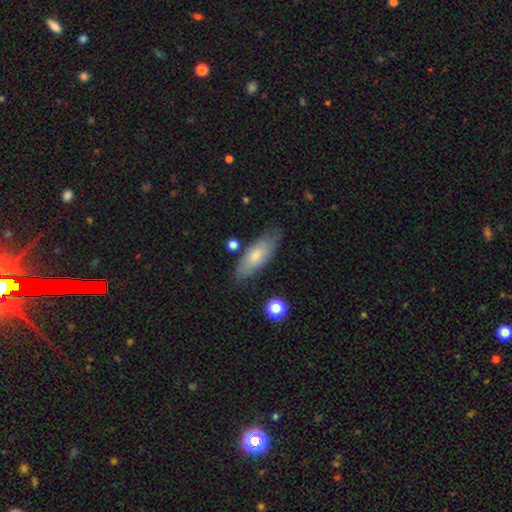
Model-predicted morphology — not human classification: Smooth or featured? smooth (69%)
How rounded? in between (70%)
Merging? none (74%)